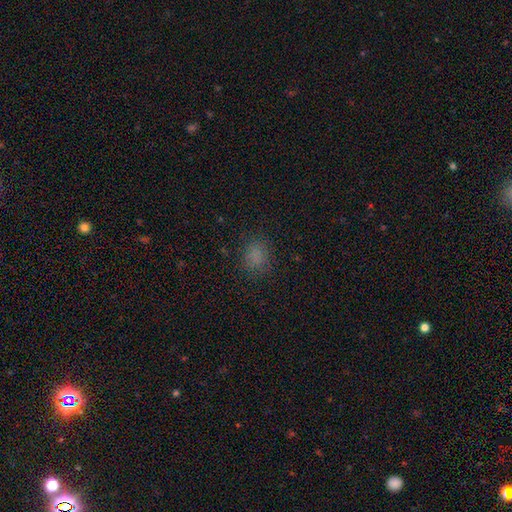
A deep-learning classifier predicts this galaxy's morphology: Overall: smooth (78%). How rounded: round (53%; in between 45%). Merging: none (81%).